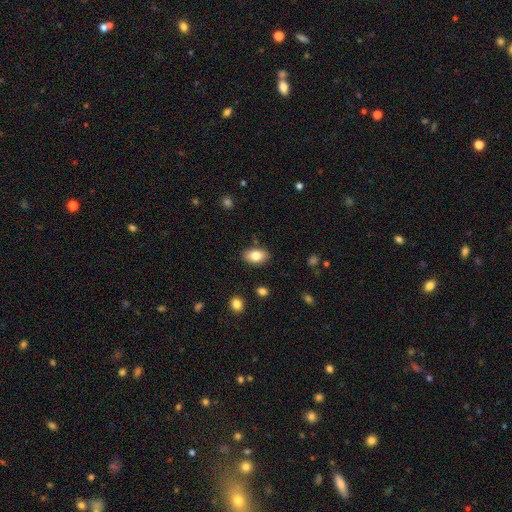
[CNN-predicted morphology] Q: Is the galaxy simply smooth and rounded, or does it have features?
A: smooth — 82%.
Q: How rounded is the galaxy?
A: in between — 91%.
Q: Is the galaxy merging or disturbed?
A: none — 85%.